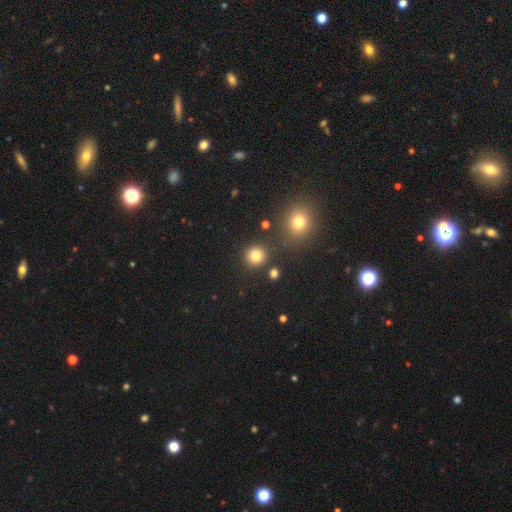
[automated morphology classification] A smooth galaxy with no disk features (81%) that is round (92%). Merging: none (87%).